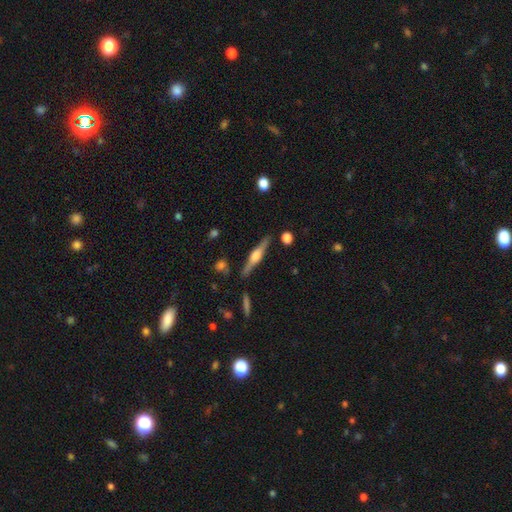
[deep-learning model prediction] Smooth or featured? Predicted: featured or disk (p=0.74). Edge-on disk? Predicted: yes (p=0.97). Edge-on bulge? Predicted: rounded (p=0.88). Merging? Predicted: none (p=0.87).